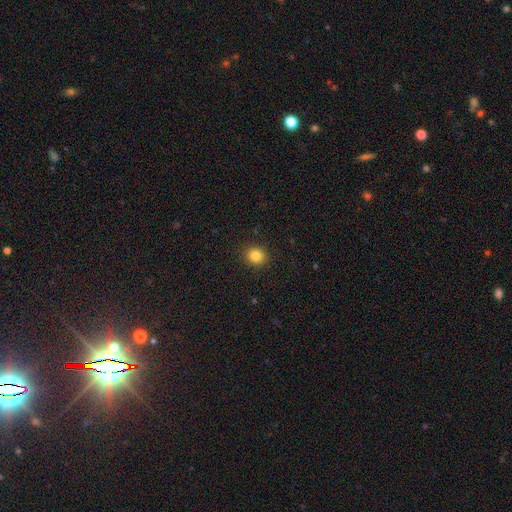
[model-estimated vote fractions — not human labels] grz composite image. It shows a smooth galaxy with no disk features (84%) that is round (81%). Merging: none (91%).